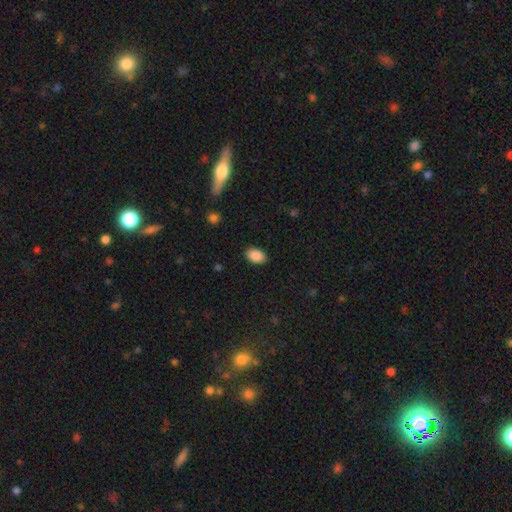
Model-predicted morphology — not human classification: Overall: smooth (89%). How rounded: in between (88%). Merging: none (87%).